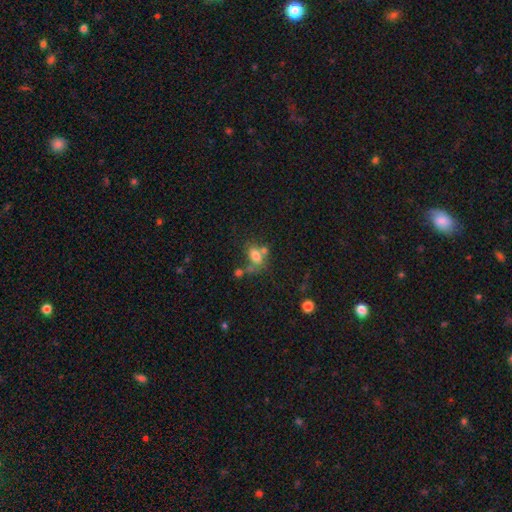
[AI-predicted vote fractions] This is likely a smooth galaxy (73%). How rounded: likely in between (79%). Merging: marginally none (40%).